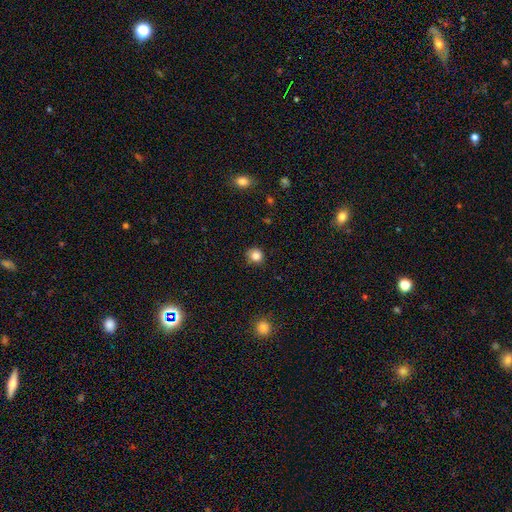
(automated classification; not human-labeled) A smooth galaxy with no disk features (84%) that is round (87%).

Vote fractions:
- Smooth or featured? smooth: 84% / star or artifact: 12% / featured or disk: 5%
- How rounded? round: 87% / in between: 12% / cigar-shaped: 1%
- Merging? none: 77% / minor disturbance: 18% / major disturbance: 3% / merger: 2%